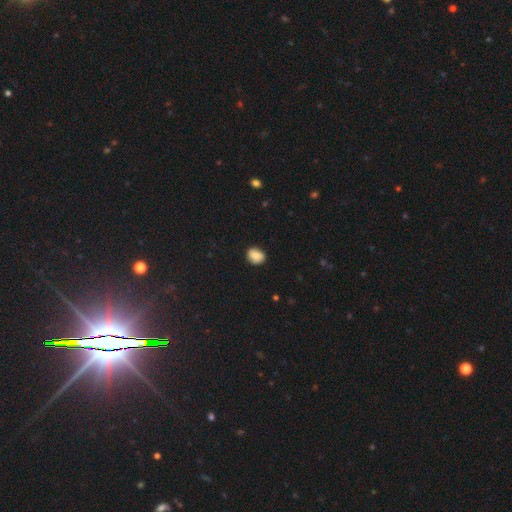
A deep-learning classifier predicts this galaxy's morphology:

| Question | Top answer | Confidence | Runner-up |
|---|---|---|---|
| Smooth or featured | smooth | 84% | star or artifact (9%) |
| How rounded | round | 50% | in between (49%) |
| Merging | none | 80% | minor disturbance (16%) |